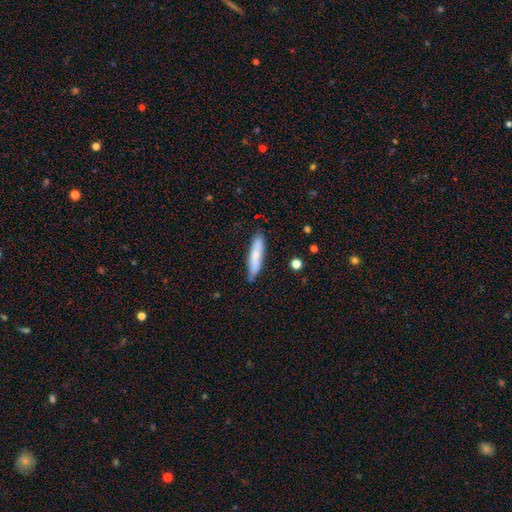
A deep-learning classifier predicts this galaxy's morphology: A smooth galaxy with no disk features (75%) that is cigar-shaped (82%).

Vote fractions:
- Smooth or featured? smooth: 75% / featured or disk: 19% / star or artifact: 6%
- How rounded? cigar-shaped: 82% / in between: 17% / round: 1%
- Merging? none: 82% / minor disturbance: 14% / major disturbance: 2% / merger: 2%